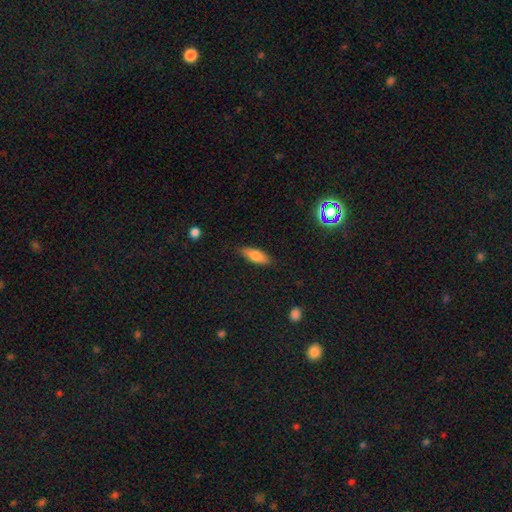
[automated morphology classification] A smooth galaxy with no disk features (77%) that is in between round and cigar-shaped (65%).

Vote fractions:
- Smooth or featured? smooth: 77% / featured or disk: 15% / star or artifact: 8%
- How rounded? in between: 65% / cigar-shaped: 33% / round: 2%
- Merging? none: 83% / minor disturbance: 13% / major disturbance: 3% / merger: 1%